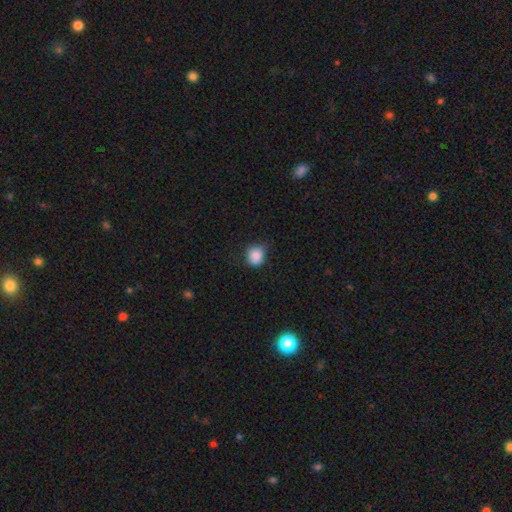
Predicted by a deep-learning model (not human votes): A smooth galaxy with no disk features (86%) that is round (72%).

Vote fractions:
- Smooth or featured? smooth: 86% / star or artifact: 9% / featured or disk: 5%
- How rounded? round: 72% / in between: 27% / cigar-shaped: 1%
- Merging? none: 67% / minor disturbance: 26% / major disturbance: 5% / merger: 1%